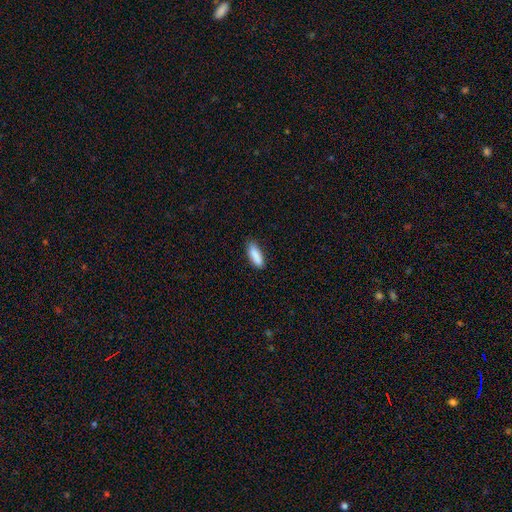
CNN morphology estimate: A smooth galaxy with no disk features (89%) that is in between round and cigar-shaped (63%).

Vote fractions:
- Smooth or featured? smooth: 89% / star or artifact: 6% / featured or disk: 5%
- How rounded? in between: 63% / cigar-shaped: 35% / round: 2%
- Merging? none: 79% / minor disturbance: 17% / major disturbance: 3% / merger: 1%